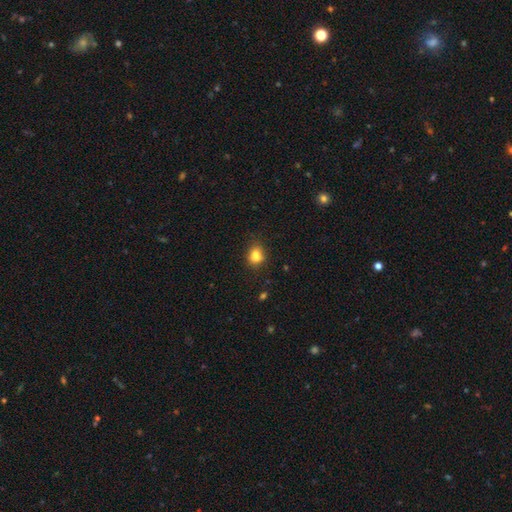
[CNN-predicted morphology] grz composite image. It shows a smooth galaxy with no disk features (82%) that is round (52%). Merging: none (69%).